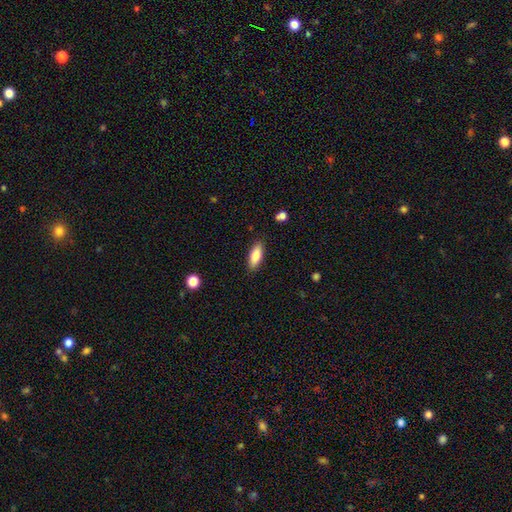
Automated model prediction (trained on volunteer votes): Smooth or featured? Predicted: smooth (p=0.79). How rounded? Predicted: in between (p=0.71). Merging? Predicted: none (p=0.87).